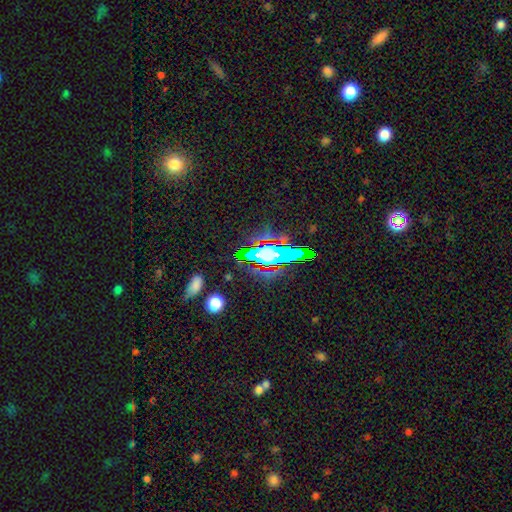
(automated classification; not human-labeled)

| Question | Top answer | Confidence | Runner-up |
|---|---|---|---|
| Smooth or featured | star or artifact | 77% | smooth (13%) |